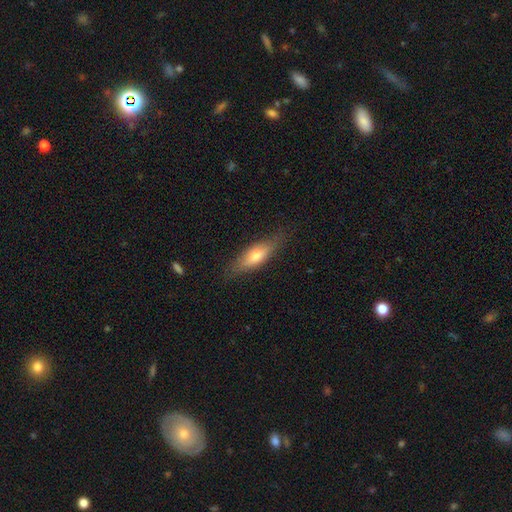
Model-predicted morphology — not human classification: Smooth or featured? smooth (58%)
How rounded? cigar-shaped (53%)
Merging? none (79%)